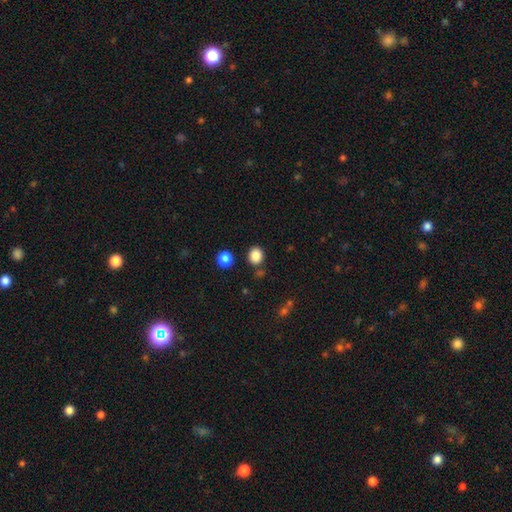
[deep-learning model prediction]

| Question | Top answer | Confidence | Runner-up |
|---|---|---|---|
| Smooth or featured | smooth | 85% | star or artifact (11%) |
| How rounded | round | 76% | in between (23%) |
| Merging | none | 84% | minor disturbance (8%) |